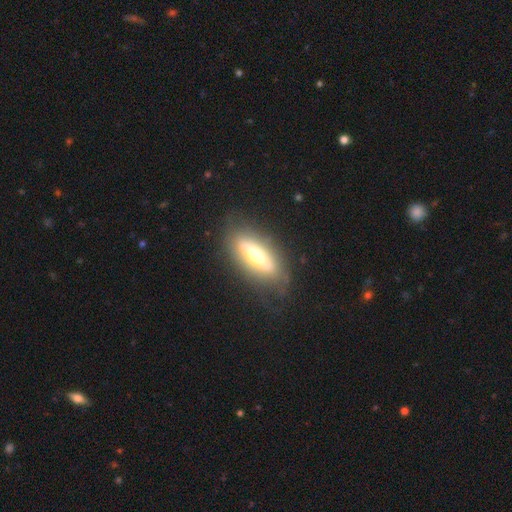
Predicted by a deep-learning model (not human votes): smooth_or_featured: featured or disk (p=0.58) [alt: smooth p=0.36]
disk_edge_on: yes (p=0.57) [alt: no p=0.43]
merging: none (p=0.74) [alt: minor disturbance p=0.16]